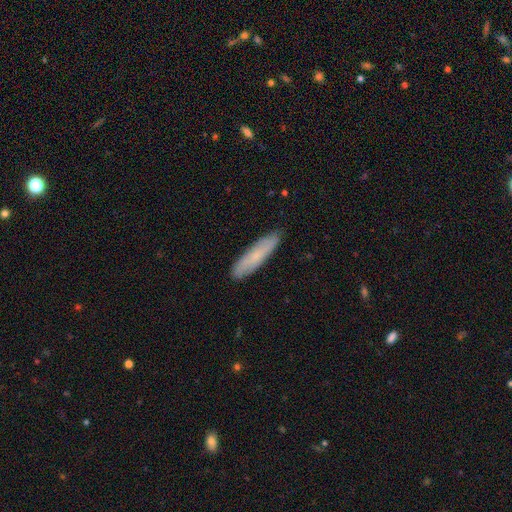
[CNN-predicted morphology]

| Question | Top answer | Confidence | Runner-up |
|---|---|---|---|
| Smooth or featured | smooth | 69% | featured or disk (24%) |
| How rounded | cigar-shaped | 82% | in between (17%) |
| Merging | none | 88% | minor disturbance (9%) |